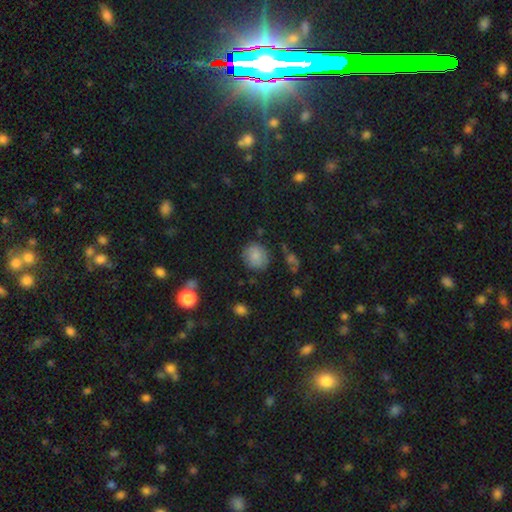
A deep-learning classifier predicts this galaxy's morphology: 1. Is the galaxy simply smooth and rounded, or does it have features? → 82% smooth, 10% star or artifact, 8% featured or disk.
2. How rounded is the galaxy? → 81% round, 18% in between, 1% cigar-shaped.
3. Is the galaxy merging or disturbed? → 81% none, 13% minor disturbance, 4% major disturbance, 2% merger.